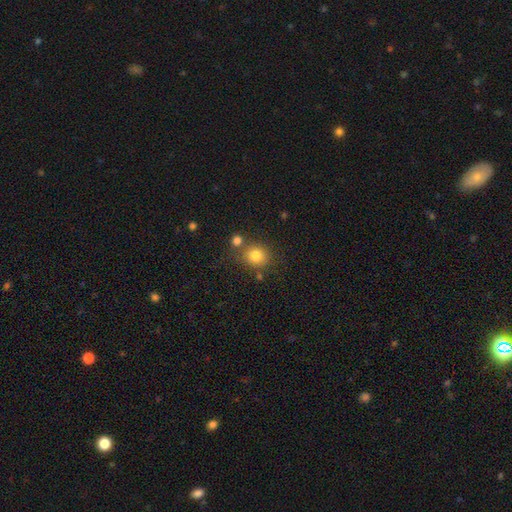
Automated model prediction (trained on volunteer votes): A smooth galaxy with no disk features (80%) that is round (83%).

Vote fractions:
- Smooth or featured? smooth: 80% / star or artifact: 12% / featured or disk: 8%
- How rounded? round: 83% / in between: 16% / cigar-shaped: 1%
- Merging? none: 70% / merger: 16% / minor disturbance: 10% / major disturbance: 4%